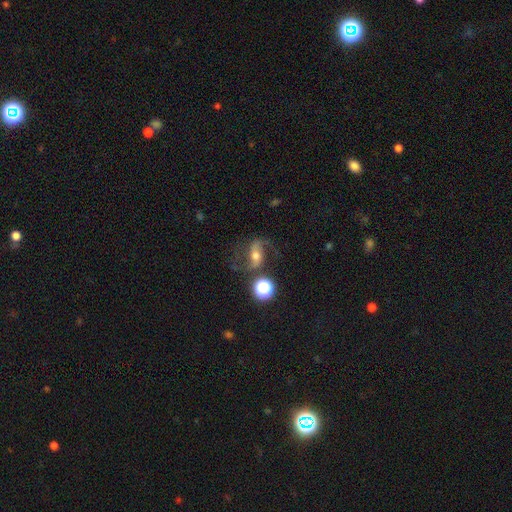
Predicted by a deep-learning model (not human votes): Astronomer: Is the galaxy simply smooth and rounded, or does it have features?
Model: featured or disk — 73%.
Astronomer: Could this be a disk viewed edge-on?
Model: no — 96%.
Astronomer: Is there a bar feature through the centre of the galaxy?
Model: weak — 36% (runner-up: no, 35%).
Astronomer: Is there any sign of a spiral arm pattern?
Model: yes — 93%.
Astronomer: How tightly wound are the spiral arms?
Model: loose — 67%.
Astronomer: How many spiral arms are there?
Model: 2 — 88%.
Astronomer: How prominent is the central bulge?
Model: moderate — 62%.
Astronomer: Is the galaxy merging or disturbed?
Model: none — 60%.